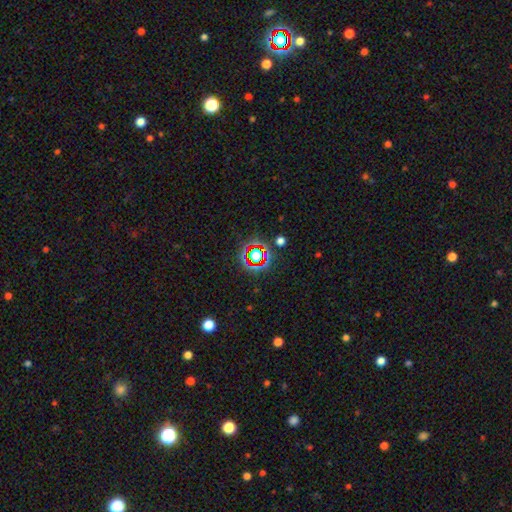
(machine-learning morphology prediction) A star or artifact, not a galaxy (64%).

Vote fractions:
- Smooth or featured? star or artifact: 64% / smooth: 24% / featured or disk: 12%